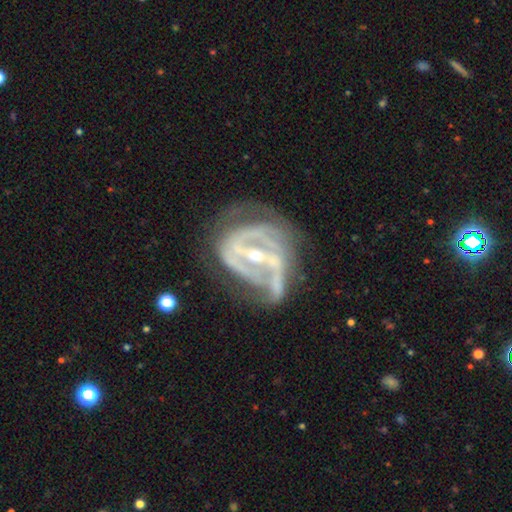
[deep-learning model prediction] smooth_or_featured: featured or disk (p=0.89) [alt: smooth p=0.06]
disk_edge_on: no (p=0.96) [alt: yes p=0.04]
bar: strong (p=0.65) [alt: weak p=0.25]
has_spiral_arms: yes (p=0.87) [alt: no p=0.13]
spiral_winding: tight (p=0.42) [alt: medium p=0.41]
spiral_arm_count: 2 (p=0.43) [alt: can't tell p=0.22]
bulge_size: small (p=0.63) [alt: moderate p=0.34]
merging: none (p=0.36) [alt: major disturbance p=0.34]